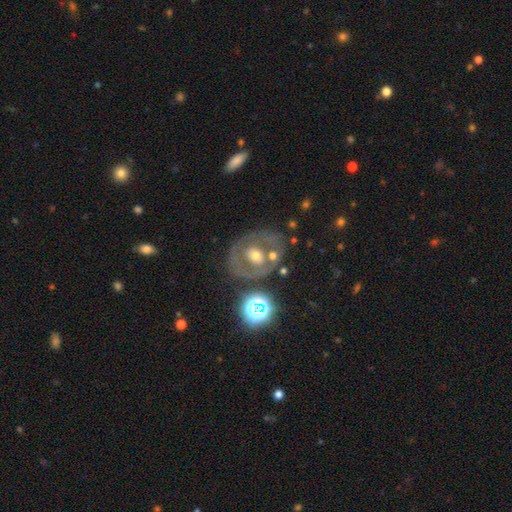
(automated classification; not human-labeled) smooth-or-featured: featured or disk: 59% | smooth: 31% | star or artifact: 10%
  disk-edge-on: no: 95% | yes: 5%
    bar: no: 75% | weak: 17% | strong: 8%
    has-spiral-arms: no: 77% | yes: 23%
    bulge-size: moderate: 62% | small: 21% | large: 12% | none: 2% | dominant: 2%
  merging: none: 65% | minor disturbance: 16% | major disturbance: 11% | merger: 7%